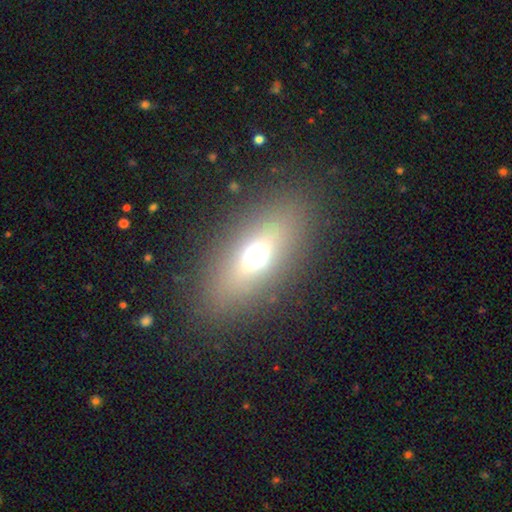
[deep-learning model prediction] Smooth or featured: smooth — 59% (featured or disk — 25%)
How rounded: in between — 73% (cigar-shaped — 16%)
Merging: none — 85% (minor disturbance — 8%)